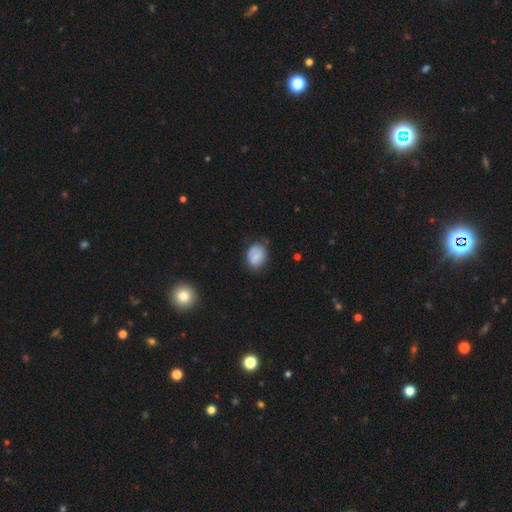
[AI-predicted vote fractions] Smooth or featured?
  - smooth: 80% *
  - featured or disk: 11%
  - star or artifact: 9%
How rounded?
  - in between: 53% *
  - round: 46%
  - cigar-shaped: 1%
Merging?
  - none: 68% *
  - minor disturbance: 24%
  - major disturbance: 6%
  - merger: 2%